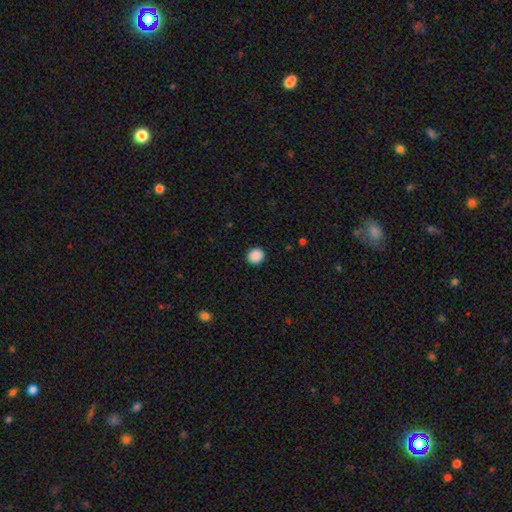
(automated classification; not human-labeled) A smooth galaxy with no disk features (90%) that is round (91%). Merging: none (93%).